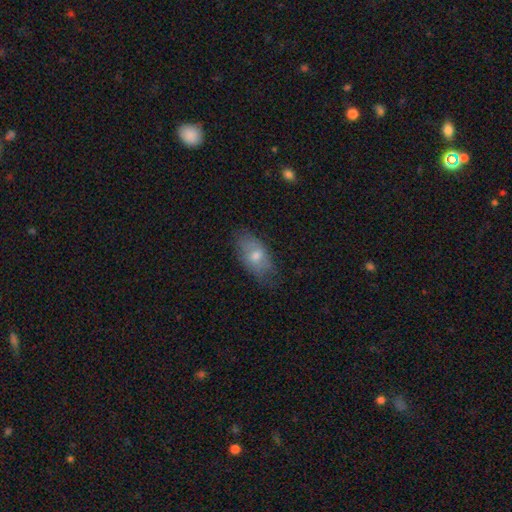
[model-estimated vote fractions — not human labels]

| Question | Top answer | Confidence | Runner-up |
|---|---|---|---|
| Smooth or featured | smooth | 62% | featured or disk (30%) |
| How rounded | in between | 89% | cigar-shaped (6%) |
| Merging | none | 70% | minor disturbance (23%) |